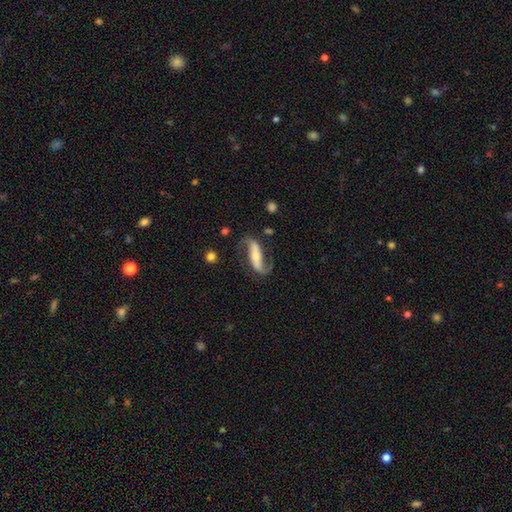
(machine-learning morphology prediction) A featured or disk galaxy (80%) with a strong bar (56%), 2 (90%) loose (66%) spiral arms (94%) and a small central bulge (42%).

Vote fractions:
- Smooth or featured? featured or disk: 80% / smooth: 15% / star or artifact: 5%
- Edge-on disk? no: 88% / yes: 12%
- Bar? strong: 56% / no: 23% / weak: 21%
- Spiral arms? yes: 94% / no: 6%
- Spiral winding? loose: 66% / medium: 25% / tight: 9%
- Spiral arm count? 2: 90% / 1: 5% / can't tell: 3% / 3: 1% / 4: 1% / more than 4: 1%
- Bulge size? small: 42% / moderate: 40% / large: 9% / none: 7% / dominant: 3%
- Merging? none: 69% / minor disturbance: 16% / major disturbance: 12% / merger: 2%